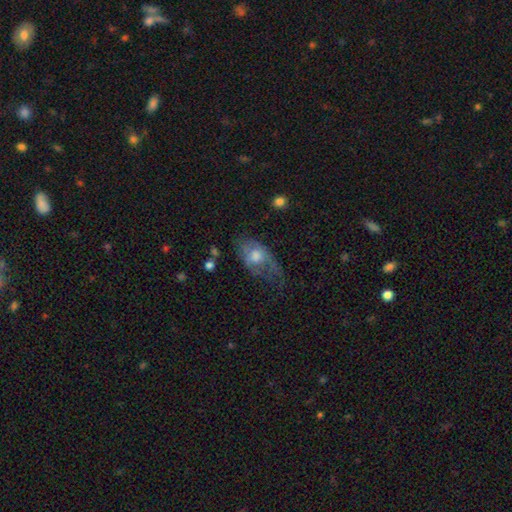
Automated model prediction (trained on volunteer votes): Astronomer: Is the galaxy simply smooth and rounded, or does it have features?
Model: featured or disk — 47% (runner-up: smooth, 46%).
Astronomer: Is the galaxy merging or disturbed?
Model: major disturbance — 37% (runner-up: none, 31%).